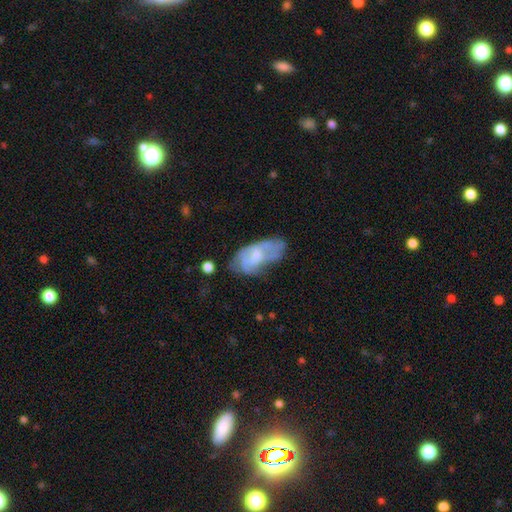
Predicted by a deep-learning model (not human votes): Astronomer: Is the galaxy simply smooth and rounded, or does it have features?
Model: featured or disk — 52% (runner-up: smooth, 40%).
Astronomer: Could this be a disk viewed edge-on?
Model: no — 93%.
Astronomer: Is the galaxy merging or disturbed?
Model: none — 40% (runner-up: minor disturbance, 33%).